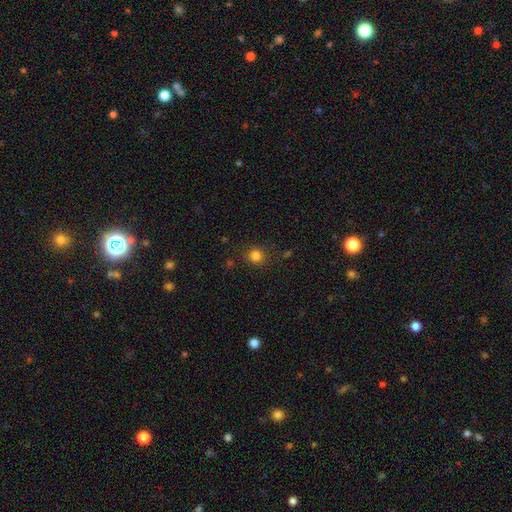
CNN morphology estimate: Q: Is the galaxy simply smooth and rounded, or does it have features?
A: smooth — 82%.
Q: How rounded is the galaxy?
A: round — 89%.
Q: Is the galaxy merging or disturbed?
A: none — 87%.